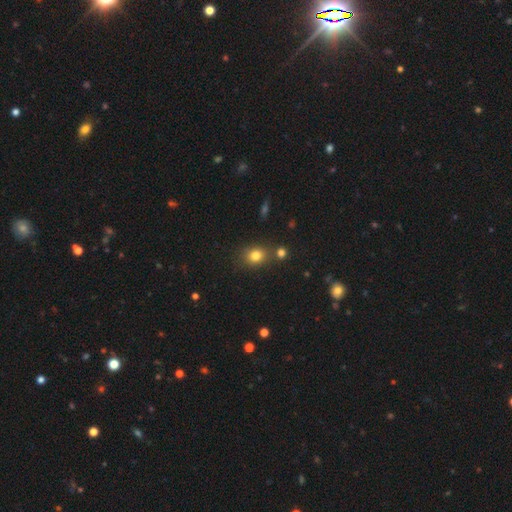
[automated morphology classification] A smooth galaxy with no disk features (79%) that is round (57%). Merging: none (71%).